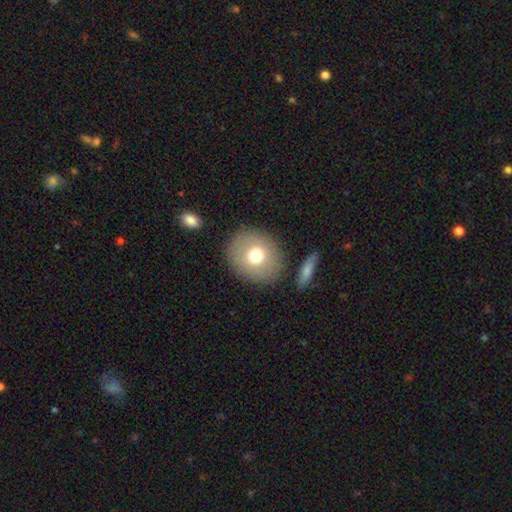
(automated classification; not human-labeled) Smooth or featured: smooth — 72% (featured or disk — 19%)
How rounded: round — 75% (in between — 24%)
Merging: none — 85% (minor disturbance — 8%)